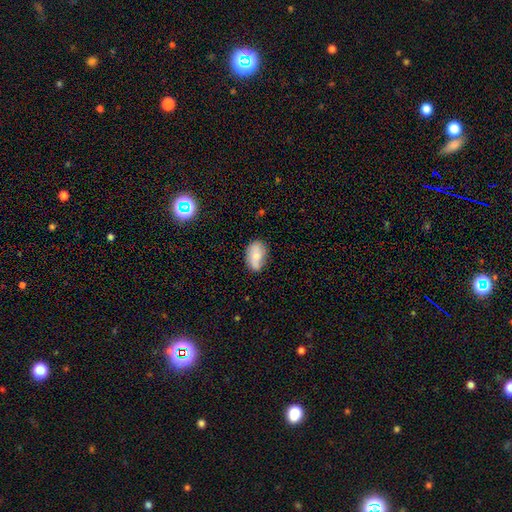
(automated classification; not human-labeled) This appears to be a smooth galaxy with no disk features (63%) that is in between round and cigar-shaped (87%). Merging: none (64%).